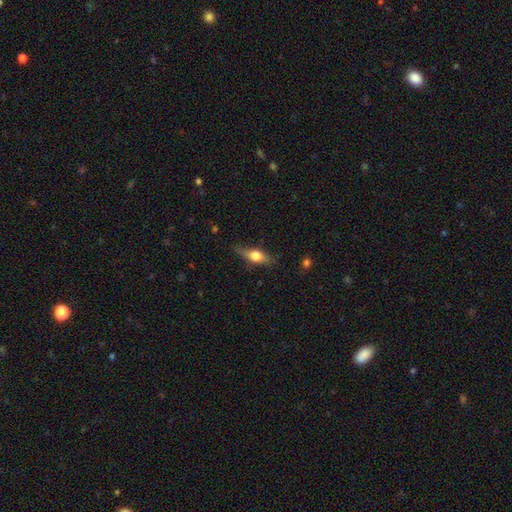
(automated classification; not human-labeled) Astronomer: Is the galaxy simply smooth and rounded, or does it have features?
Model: smooth — 47% (runner-up: featured or disk, 46%).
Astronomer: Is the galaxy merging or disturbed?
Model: none — 76%.